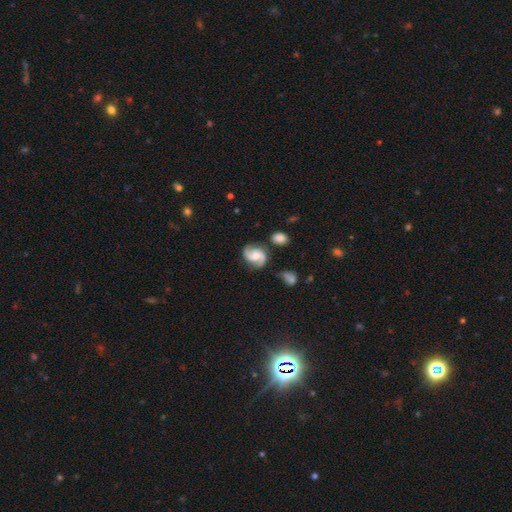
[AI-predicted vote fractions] This appears to be a featured or disk galaxy (85%) with no bar (51%), 2 (92%) medium (51%) spiral arms (97%) and a moderate central bulge (57%). Merging: none (75%).